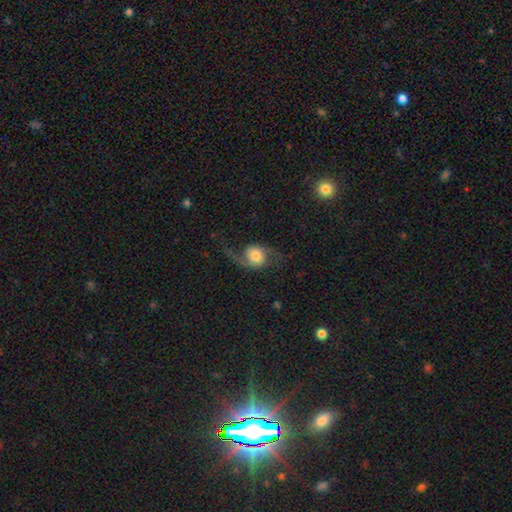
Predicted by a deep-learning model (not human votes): featured or disk 72%, smooth 20%, star or artifact 8%. Down the decision tree: edge-on disk — no (96%); bar — no (66%); spiral arms — yes (94%); spiral arm count — 2 (90%); spiral winding — loose (77%); bulge size — moderate (39%); merging — none (64%).